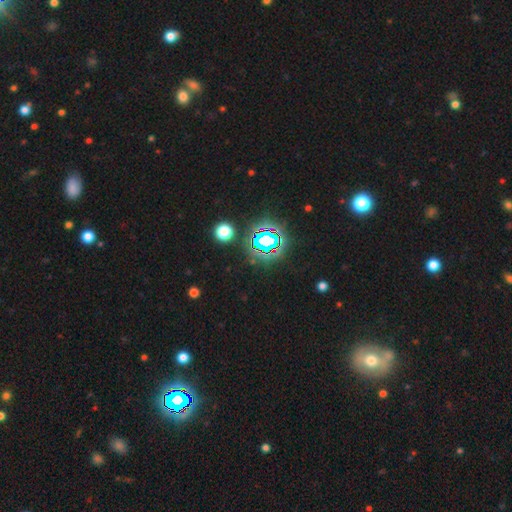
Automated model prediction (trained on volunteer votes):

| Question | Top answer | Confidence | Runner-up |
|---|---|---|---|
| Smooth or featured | star or artifact | 80% | smooth (12%) |